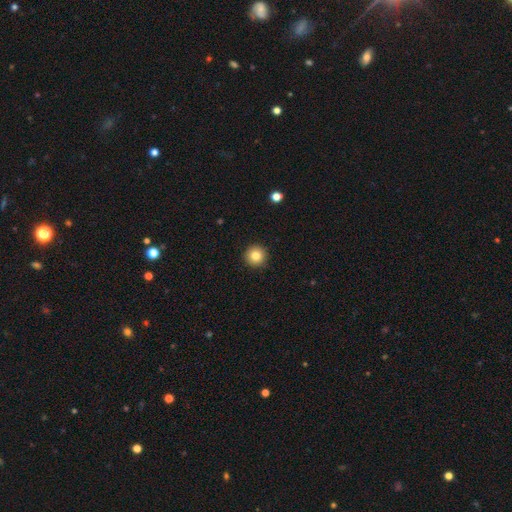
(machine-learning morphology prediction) Smooth or featured? Predicted: smooth (p=0.82). How rounded? Predicted: round (p=0.96). Merging? Predicted: none (p=0.93).